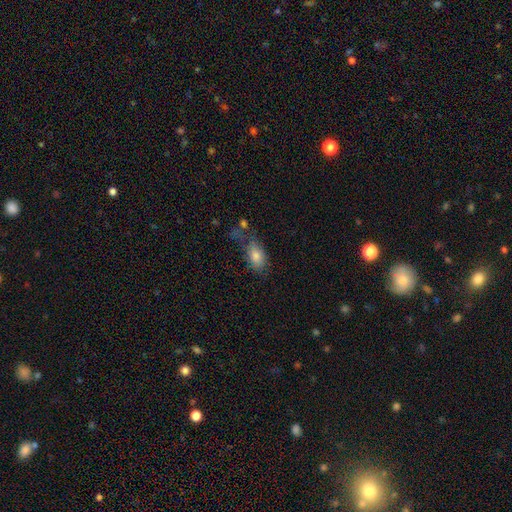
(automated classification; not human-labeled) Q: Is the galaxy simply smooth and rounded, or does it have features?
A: smooth — 79%.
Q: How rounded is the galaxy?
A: in between — 87%.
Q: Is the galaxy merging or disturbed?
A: none — 49%.